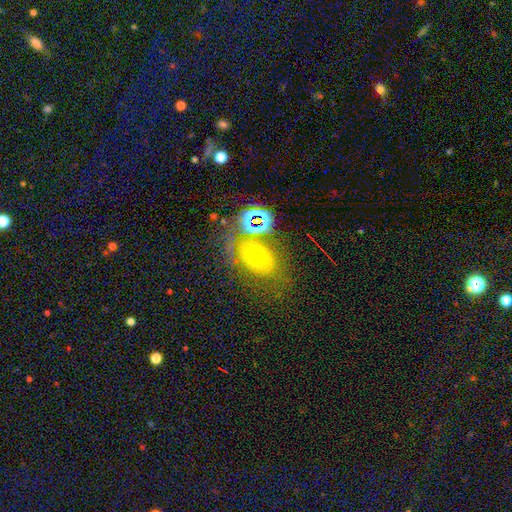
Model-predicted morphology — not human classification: This is marginally a featured or disk galaxy (43%). Merging: possibly none (57%).